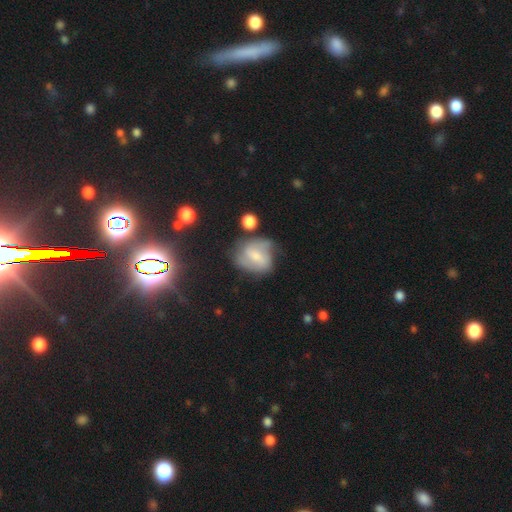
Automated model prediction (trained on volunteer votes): The model was most divided on "bulge size": small: 45%, moderate: 38%, none: 10%, large: 5%, dominant: 1%. More confident: edge-on disk — no (97%); spiral arms — yes (84%); smooth or featured — featured or disk (60%); merging — none (52%); bar — weak (50%).